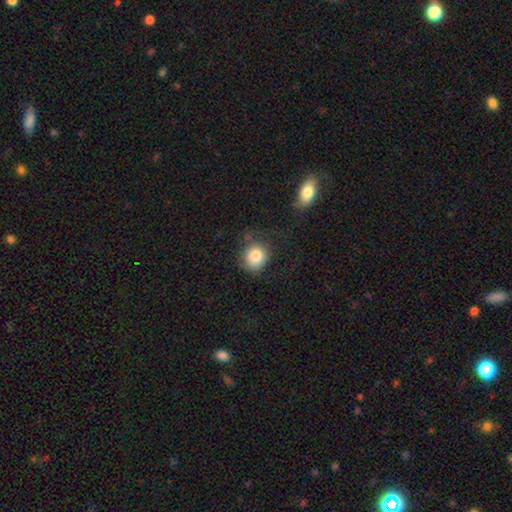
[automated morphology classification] Smooth or featured: smooth — 83% (star or artifact — 9%)
How rounded: round — 79% (in between — 20%)
Merging: none — 67% (minor disturbance — 19%)